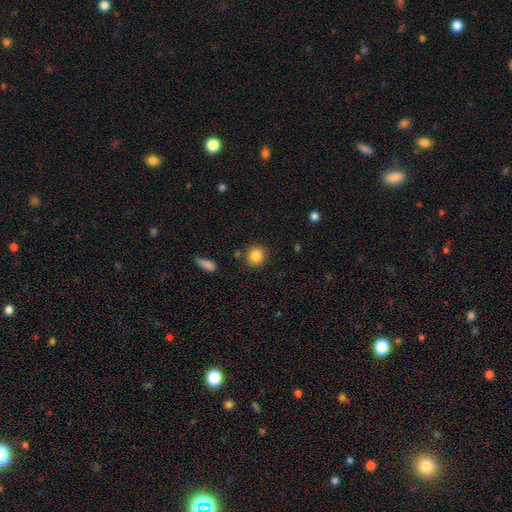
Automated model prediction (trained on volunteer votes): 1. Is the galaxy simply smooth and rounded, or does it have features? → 86% smooth, 9% star or artifact, 5% featured or disk.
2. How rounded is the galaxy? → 84% round, 15% in between, 1% cigar-shaped.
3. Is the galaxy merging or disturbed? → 86% none, 8% minor disturbance, 3% merger, 3% major disturbance.